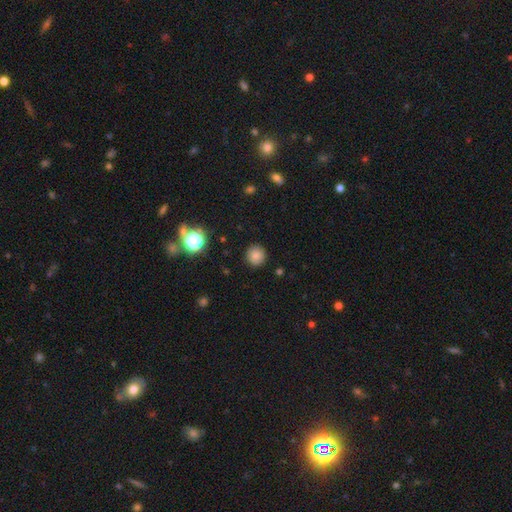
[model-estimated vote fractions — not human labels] Smooth or featured: smooth — 81% (star or artifact — 14%)
How rounded: round — 92% (in between — 7%)
Merging: none — 90% (minor disturbance — 6%)